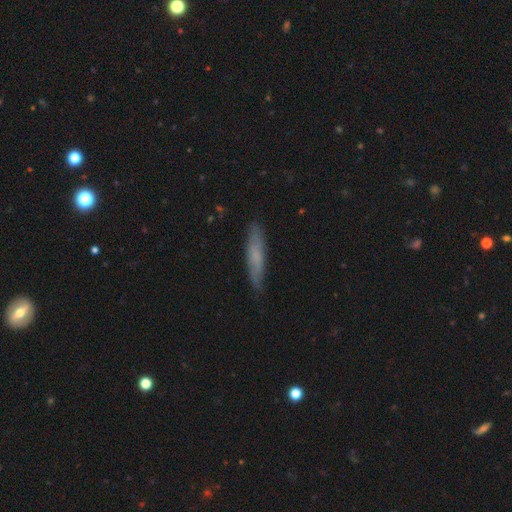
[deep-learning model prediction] smooth 61%, featured or disk 32%, star or artifact 7%. Down the decision tree: how rounded — cigar-shaped (88%); merging — none (84%).